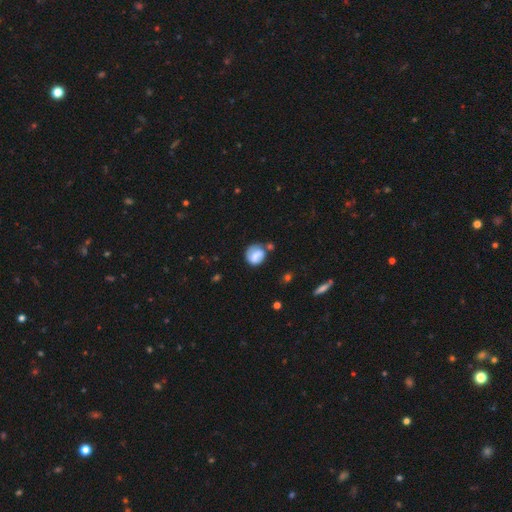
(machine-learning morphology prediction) Q: Smooth or featured?
A: smooth (62%); runner-up: featured or disk (30%)
Q: How rounded?
A: round (74%); runner-up: in between (24%)
Q: Merging?
A: none (54%); runner-up: minor disturbance (25%)